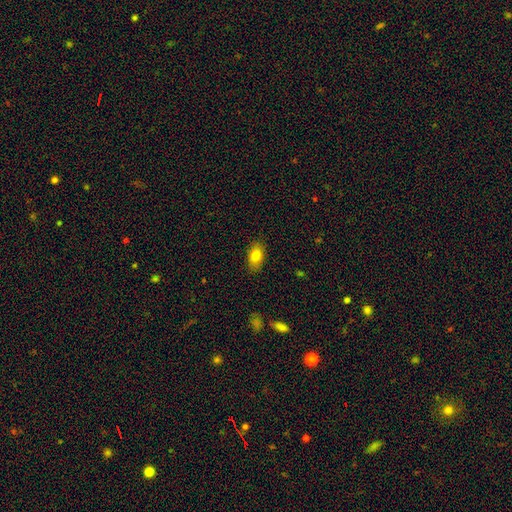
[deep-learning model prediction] Smooth or featured?
  - smooth: 81% *
  - featured or disk: 10%
  - star or artifact: 8%
How rounded?
  - in between: 88% *
  - round: 8%
  - cigar-shaped: 4%
Merging?
  - none: 86% *
  - minor disturbance: 10%
  - major disturbance: 2%
  - merger: 1%